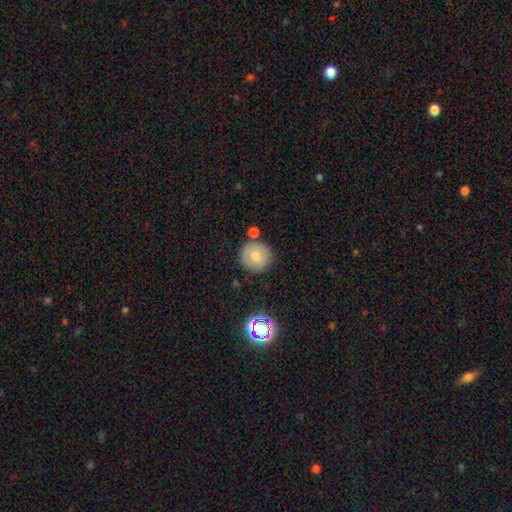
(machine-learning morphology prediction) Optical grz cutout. It shows a smooth galaxy with no disk features (73%) that is round (95%). Merging: none (81%).